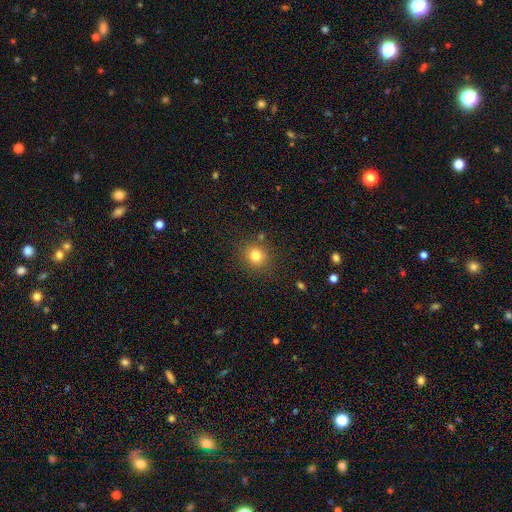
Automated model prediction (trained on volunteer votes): smooth_or_featured: smooth (p=0.79) [alt: star or artifact p=0.14]
how_rounded: round (p=0.88) [alt: in between p=0.11]
merging: none (p=0.84) [alt: minor disturbance p=0.09]